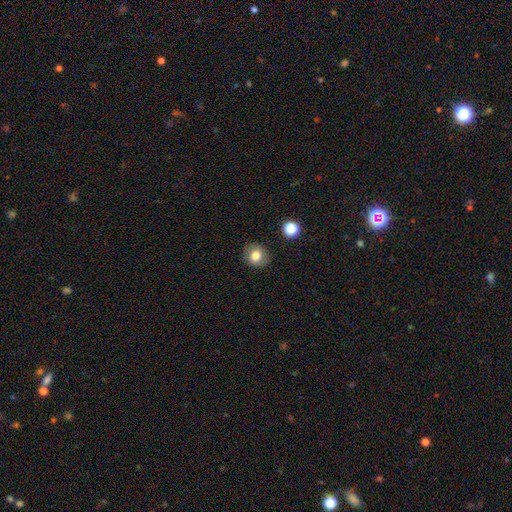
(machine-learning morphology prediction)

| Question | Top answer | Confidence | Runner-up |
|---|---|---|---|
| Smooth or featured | smooth | 77% | featured or disk (13%) |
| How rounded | round | 83% | in between (16%) |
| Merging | none | 87% | minor disturbance (9%) |